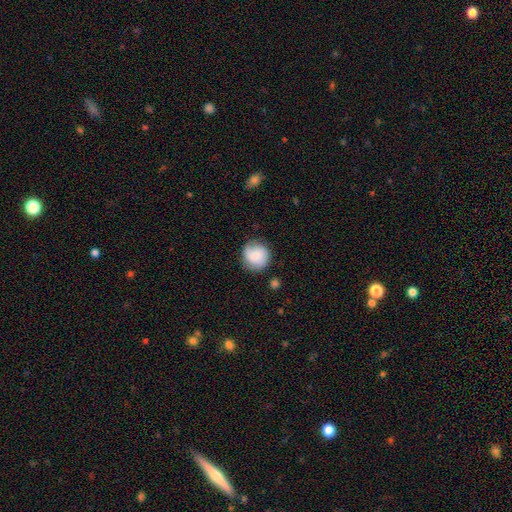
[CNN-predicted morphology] This is likely a smooth galaxy (70%). How rounded: clearly round (88%). Merging: likely none (75%).